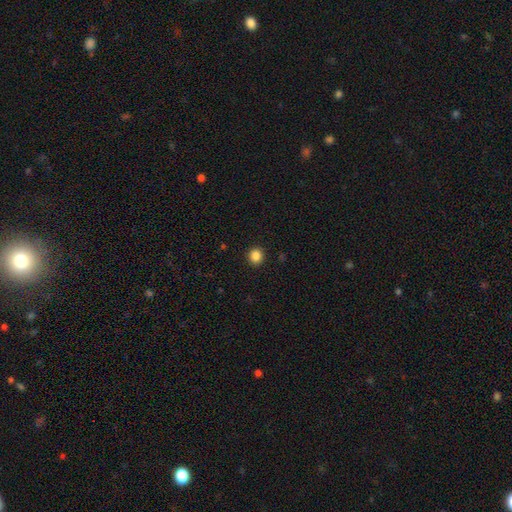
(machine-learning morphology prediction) Smooth or featured: smooth — 86% (star or artifact — 10%)
How rounded: round — 83% (in between — 16%)
Merging: none — 92% (minor disturbance — 5%)